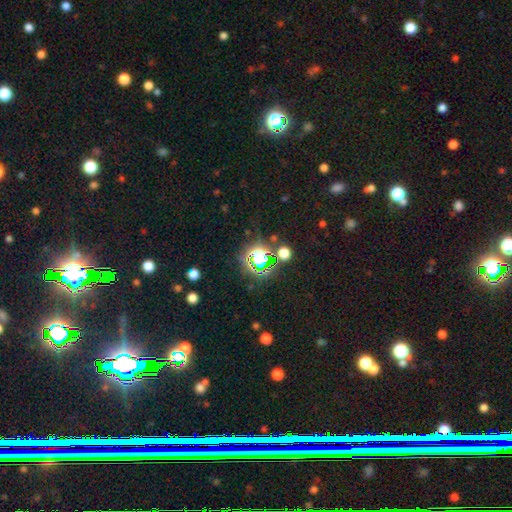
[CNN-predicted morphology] Smooth or featured?
  - star or artifact: 73% *
  - smooth: 19%
  - featured or disk: 8%